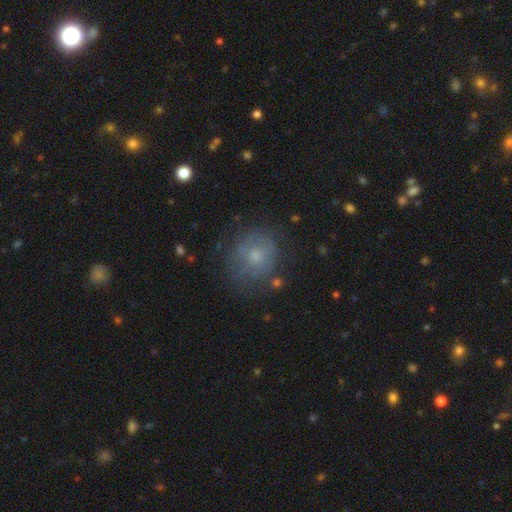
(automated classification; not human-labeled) This is likely a smooth galaxy (61%). How rounded: clearly round (83%). Merging: likely none (66%).